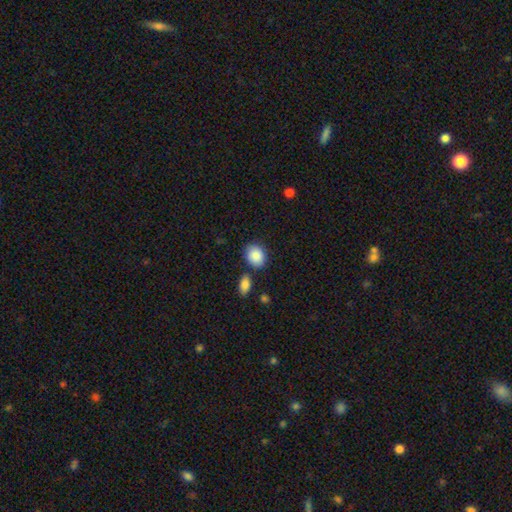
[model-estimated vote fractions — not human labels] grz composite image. It shows a smooth galaxy with no disk features (88%) that is round (51%). Merging: none (74%).